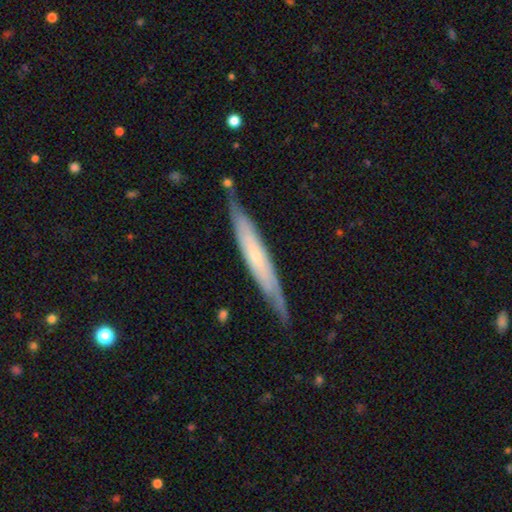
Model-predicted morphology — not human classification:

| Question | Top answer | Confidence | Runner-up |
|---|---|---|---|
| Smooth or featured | featured or disk | 61% | smooth (33%) |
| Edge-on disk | yes | 78% | no (22%) |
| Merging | none | 77% | minor disturbance (18%) |